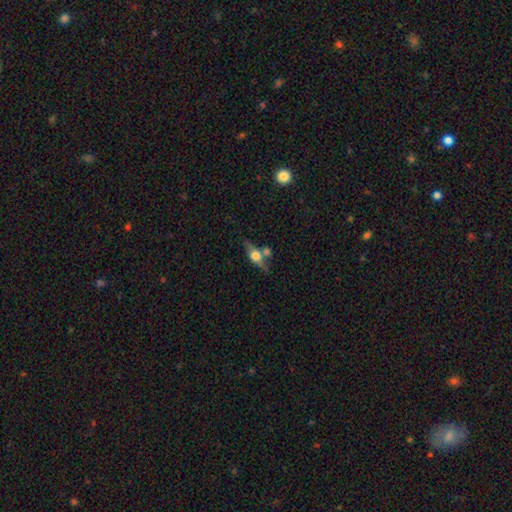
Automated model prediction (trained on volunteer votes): Smooth or featured? Predicted: featured or disk (p=0.63). Edge-on disk? Predicted: yes (p=0.89). Edge-on bulge? Predicted: rounded (p=0.95). Merging? Predicted: none (p=0.60).